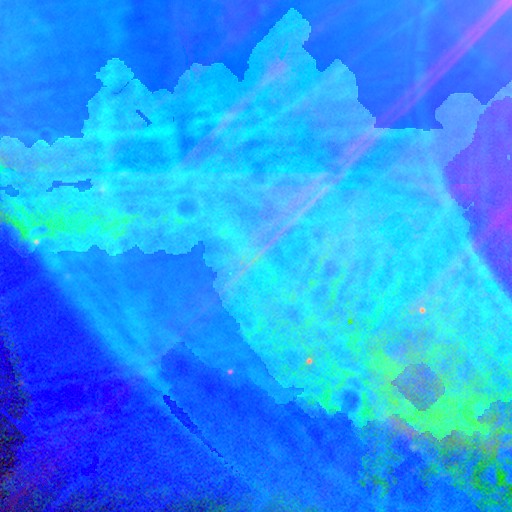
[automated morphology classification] A star or artifact, not a galaxy (85%).